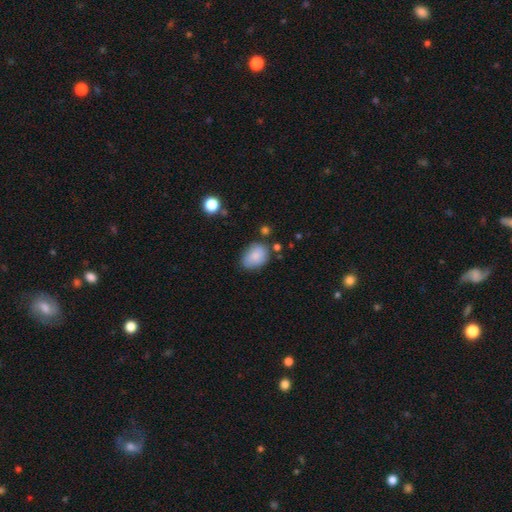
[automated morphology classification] smooth 84%, featured or disk 8%, star or artifact 8%. Down the decision tree: how rounded — in between (75%); merging — none (68%).